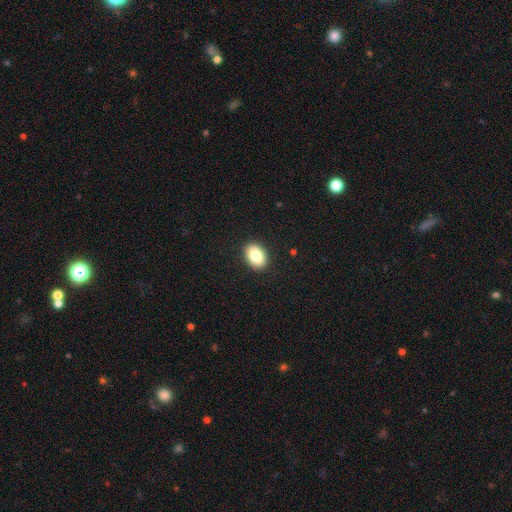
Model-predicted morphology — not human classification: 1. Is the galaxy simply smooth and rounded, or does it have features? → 83% smooth, 9% featured or disk, 8% star or artifact.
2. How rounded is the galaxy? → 82% in between, 17% round, 1% cigar-shaped.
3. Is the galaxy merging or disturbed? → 90% none, 7% minor disturbance, 2% major disturbance, 1% merger.